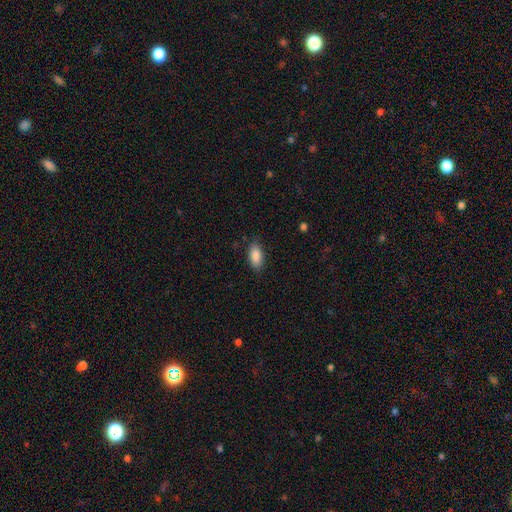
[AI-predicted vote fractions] A smooth galaxy with no disk features (88%) that is in between round and cigar-shaped (90%). Merging: none (84%).